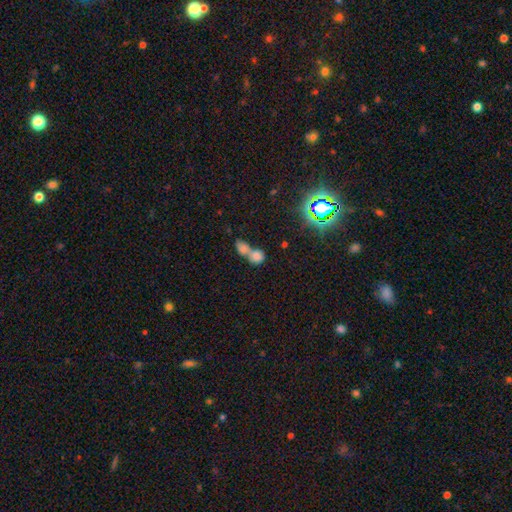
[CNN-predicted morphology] smooth_or_featured: smooth (p=0.75) [alt: star or artifact p=0.15]
how_rounded: round (p=0.61) [alt: in between p=0.36]
merging: merger (p=0.69) [alt: none p=0.22]